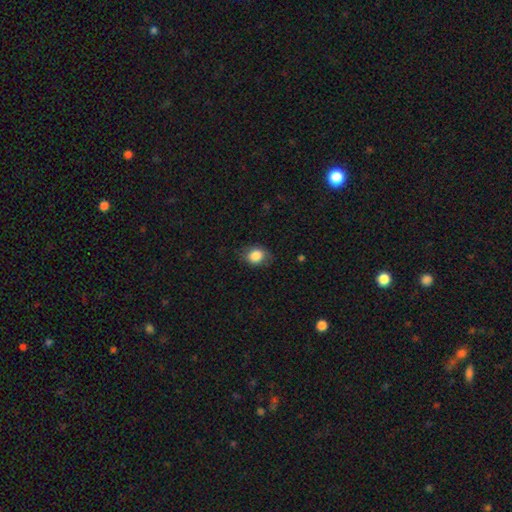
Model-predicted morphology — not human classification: This appears to be a smooth galaxy with no disk features (85%) that is in between round and cigar-shaped (53%). Merging: none (74%).